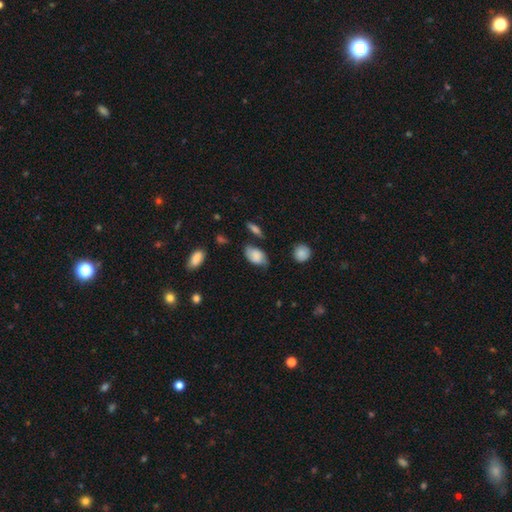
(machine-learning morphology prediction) A smooth galaxy with no disk features (71%) that is in between round and cigar-shaped (90%). Merging: none (57%).